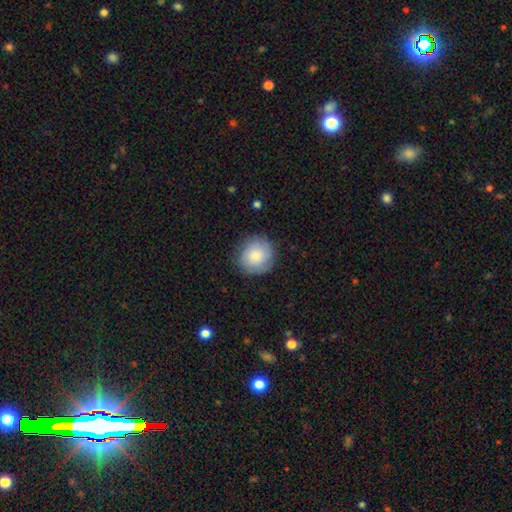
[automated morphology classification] This is likely a smooth galaxy (80%). How rounded: clearly round (89%). Merging: clearly none (83%).